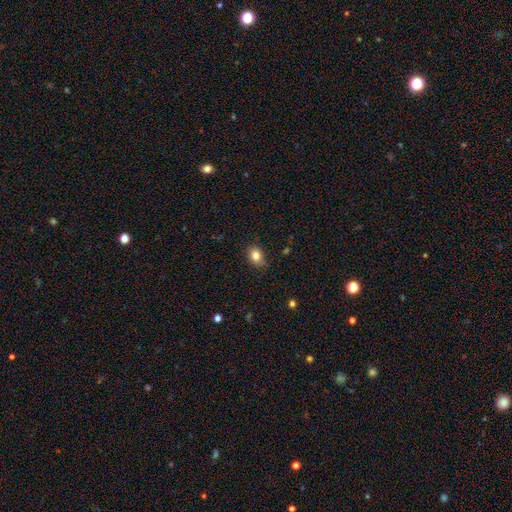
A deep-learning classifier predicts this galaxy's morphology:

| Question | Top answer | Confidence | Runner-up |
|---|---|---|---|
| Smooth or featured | smooth | 82% | star or artifact (10%) |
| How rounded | in between | 53% | round (46%) |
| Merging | none | 75% | minor disturbance (20%) |